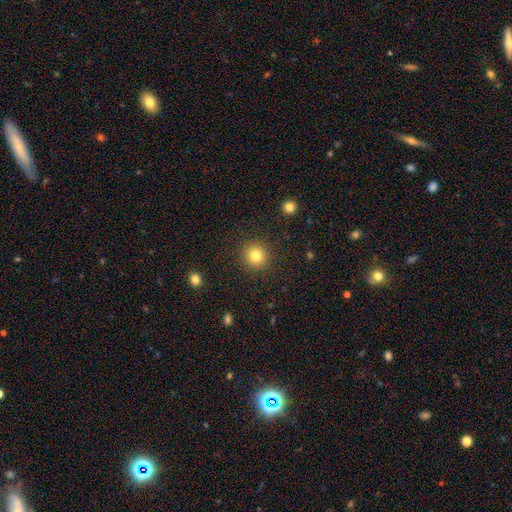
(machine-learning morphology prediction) Q: Smooth or featured?
A: smooth (81%); runner-up: star or artifact (12%)
Q: How rounded?
A: round (93%); runner-up: in between (6%)
Q: Merging?
A: none (90%); runner-up: minor disturbance (6%)